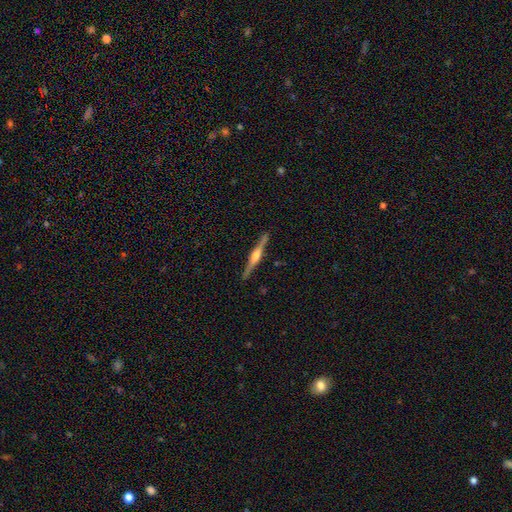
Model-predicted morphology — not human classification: featured or disk 81%, smooth 13%, star or artifact 5%. Down the decision tree: edge-on disk — yes (98%); edge-on bulge — rounded (85%); merging — none (91%).